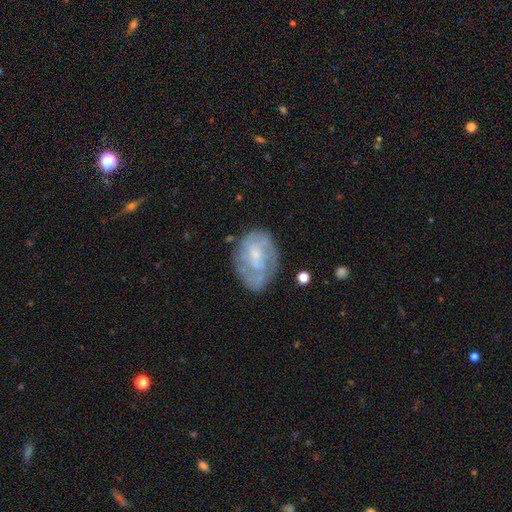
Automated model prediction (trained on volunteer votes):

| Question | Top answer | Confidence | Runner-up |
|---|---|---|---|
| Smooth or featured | featured or disk | 59% | smooth (33%) |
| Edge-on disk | no | 96% | yes (4%) |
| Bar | no | 59% | weak (34%) |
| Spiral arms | yes | 52% | no (48%) |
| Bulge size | small | 54% | moderate (29%) |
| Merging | none | 58% | minor disturbance (25%) |